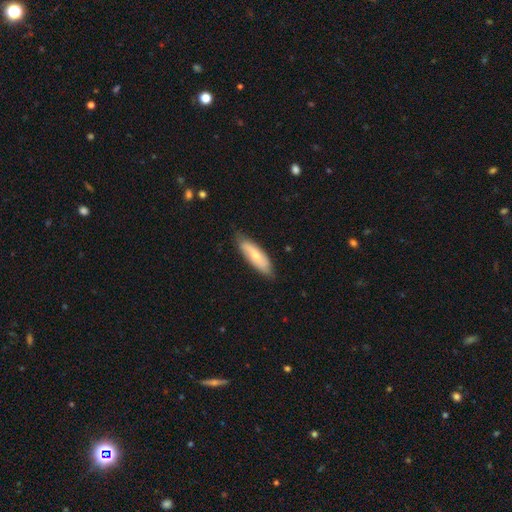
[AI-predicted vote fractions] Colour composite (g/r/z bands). It shows a smooth galaxy with no disk features (62%) that is in between round and cigar-shaped (53%). Merging: none (78%).